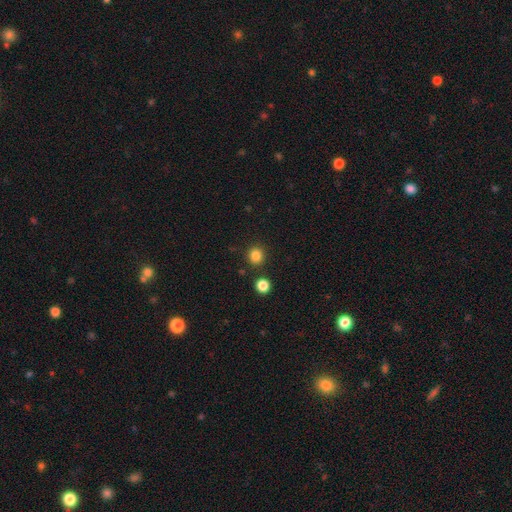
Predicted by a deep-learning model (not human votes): Smooth or featured? Predicted: smooth (p=0.83). How rounded? Predicted: round (p=0.90). Merging? Predicted: none (p=0.88).